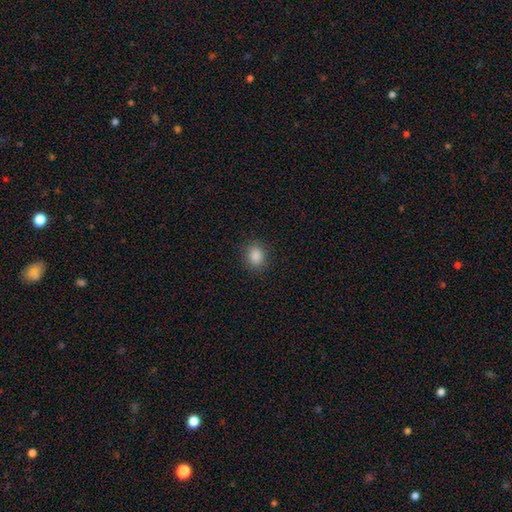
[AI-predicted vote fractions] Smooth or featured? Predicted: smooth (p=0.86). How rounded? Predicted: round (p=0.58). Merging? Predicted: none (p=0.89).